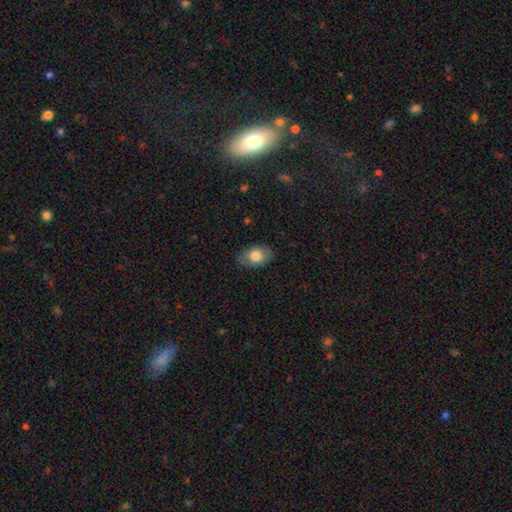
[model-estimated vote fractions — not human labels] Smooth or featured?
  - smooth: 75% *
  - featured or disk: 18%
  - star or artifact: 7%
How rounded?
  - in between: 85% *
  - round: 13%
  - cigar-shaped: 2%
Merging?
  - none: 78% *
  - minor disturbance: 17%
  - major disturbance: 4%
  - merger: 1%